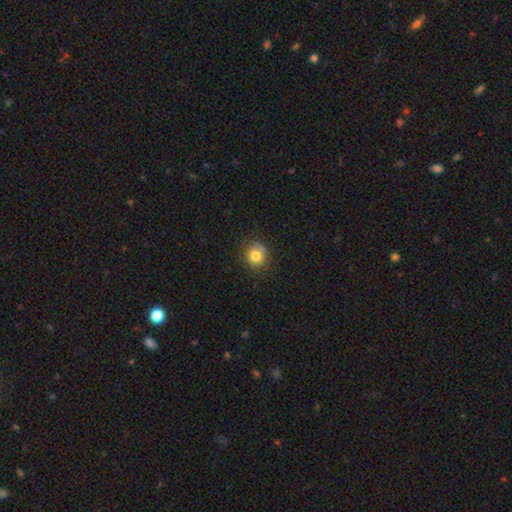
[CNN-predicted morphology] Smooth or featured? smooth (81%)
How rounded? round (85%)
Merging? none (78%)